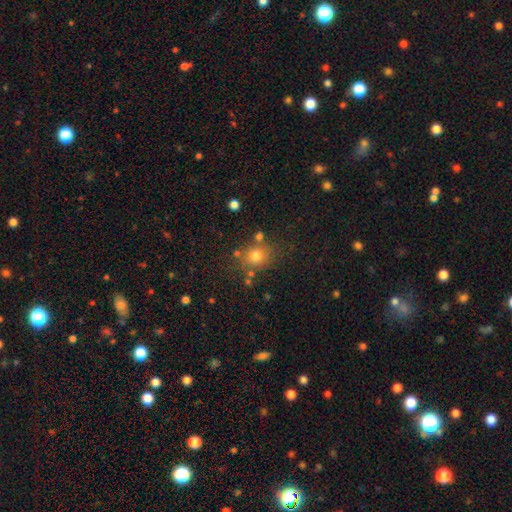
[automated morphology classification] smooth 75%, star or artifact 16%, featured or disk 9%. Down the decision tree: how rounded — round (73%); merging — none (74%).